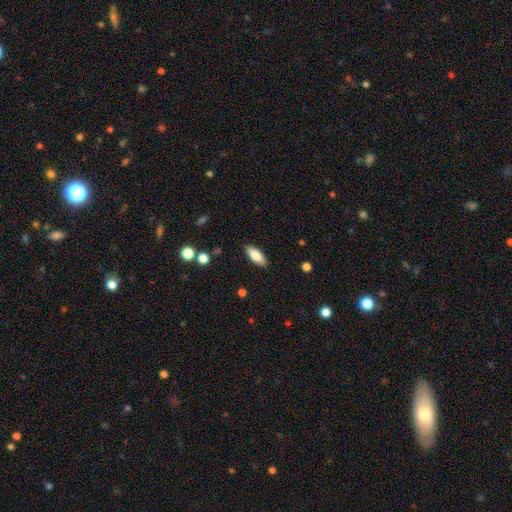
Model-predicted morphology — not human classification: Overall: smooth (80%). How rounded: in between (78%). Merging: none (88%).